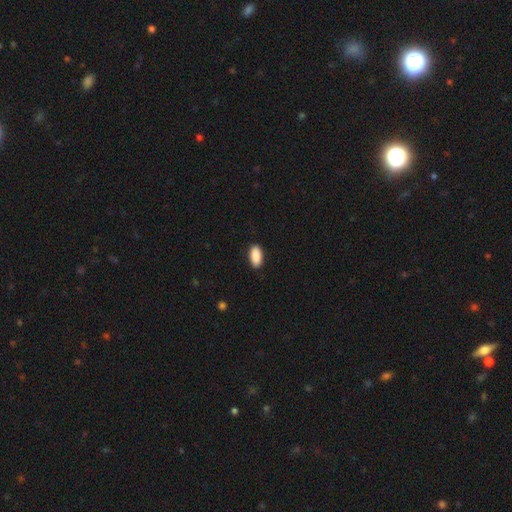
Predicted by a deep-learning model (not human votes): Smooth or featured?
  - smooth: 90% *
  - star or artifact: 6%
  - featured or disk: 3%
How rounded?
  - in between: 91% *
  - cigar-shaped: 6%
  - round: 2%
Merging?
  - none: 88% *
  - minor disturbance: 9%
  - major disturbance: 2%
  - merger: 1%